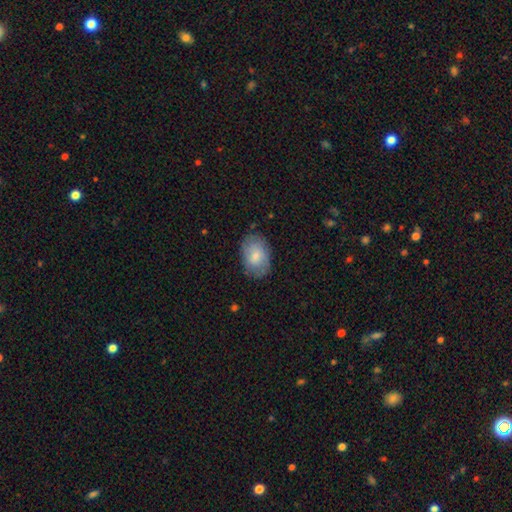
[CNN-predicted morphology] This is likely a smooth galaxy (73%). How rounded: clearly in between (88%). Merging: likely none (78%).